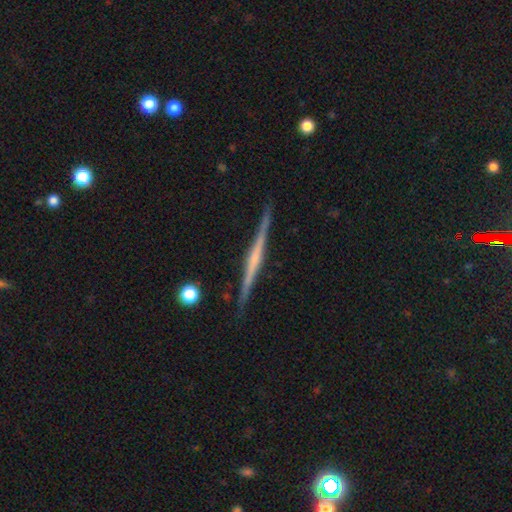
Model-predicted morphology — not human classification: The model was most divided on "edge-on bulge": none: 48%, rounded: 34%, boxy: 18%. More confident: edge-on disk — yes (98%); merging — none (90%); smooth or featured — featured or disk (76%).